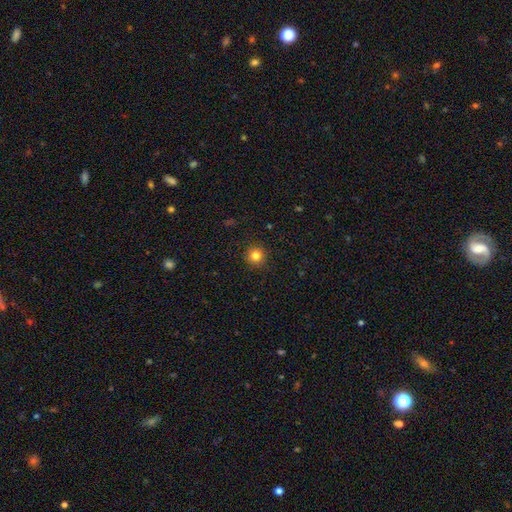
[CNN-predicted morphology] smooth-or-featured: smooth: 83% | star or artifact: 12% | featured or disk: 5%
  how-rounded: round: 94% | in between: 5% | cigar-shaped: 1%
  merging: none: 90% | minor disturbance: 6% | major disturbance: 2% | merger: 1%